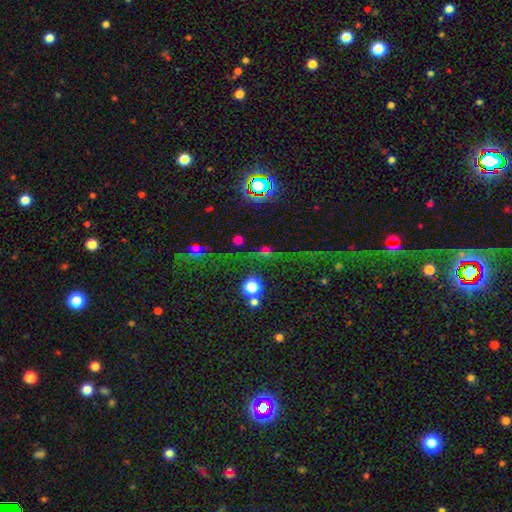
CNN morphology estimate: type=star or artifact (62%).